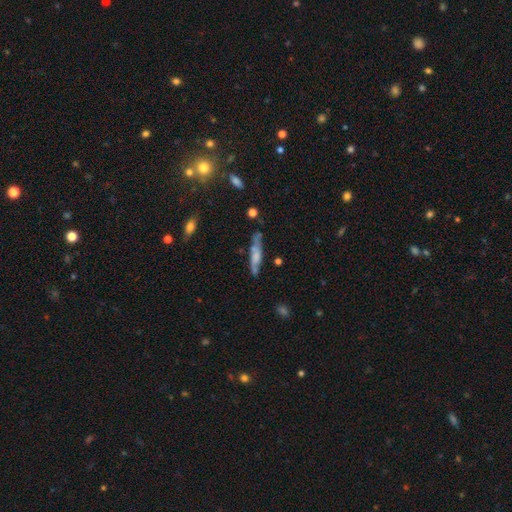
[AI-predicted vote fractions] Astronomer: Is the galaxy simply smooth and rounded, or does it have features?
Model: smooth — 51% (runner-up: featured or disk, 41%).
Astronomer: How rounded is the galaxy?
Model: cigar-shaped — 82%.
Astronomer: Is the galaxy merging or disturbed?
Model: none — 60%.